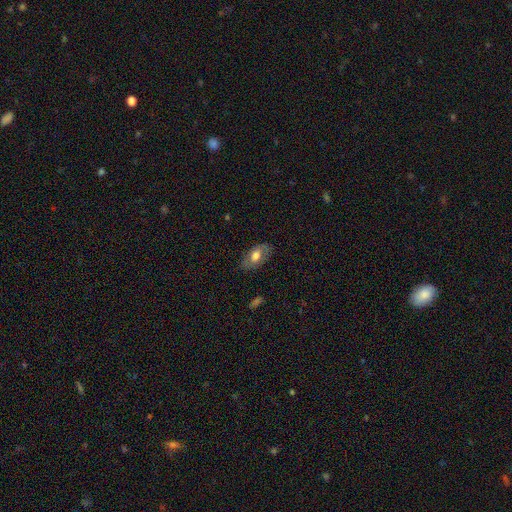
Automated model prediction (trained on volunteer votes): The model was most divided on "smooth or featured": smooth: 60%, featured or disk: 33%, star or artifact: 7%. More confident: how rounded — in between (91%); merging — none (77%).